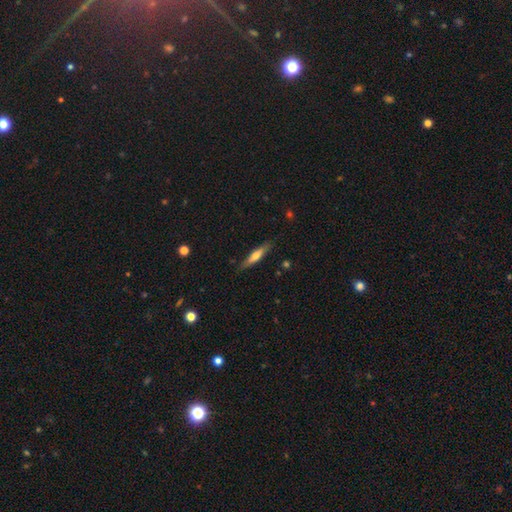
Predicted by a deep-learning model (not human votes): A smooth galaxy with no disk features (49%). Merging: none (84%).